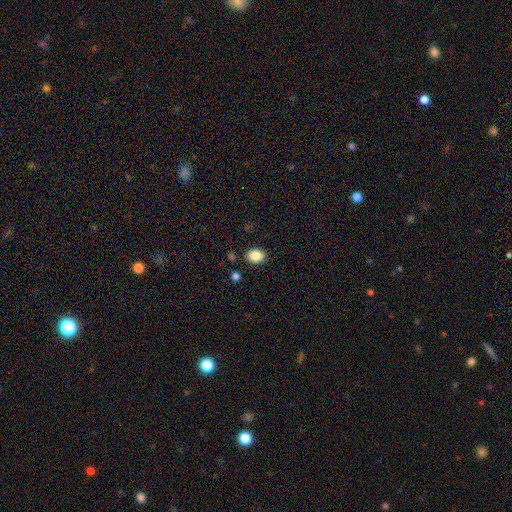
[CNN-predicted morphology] Overall: smooth (87%). How rounded: in between (69%; round 30%). Merging: none (86%).